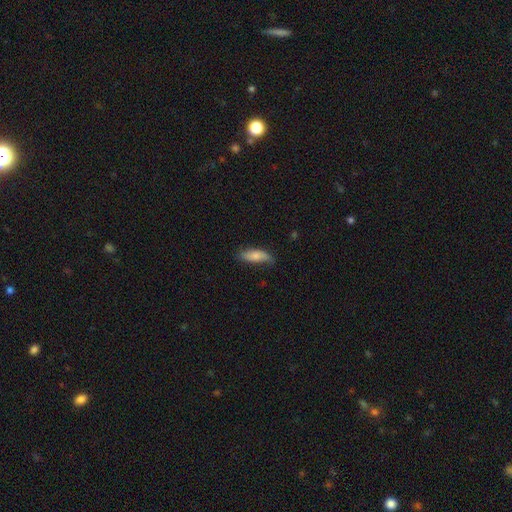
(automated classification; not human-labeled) A smooth galaxy with no disk features (70%) that is in between round and cigar-shaped (61%).

Vote fractions:
- Smooth or featured? smooth: 70% / featured or disk: 24% / star or artifact: 6%
- How rounded? in between: 61% / cigar-shaped: 36% / round: 2%
- Merging? none: 70% / minor disturbance: 24% / major disturbance: 4% / merger: 1%